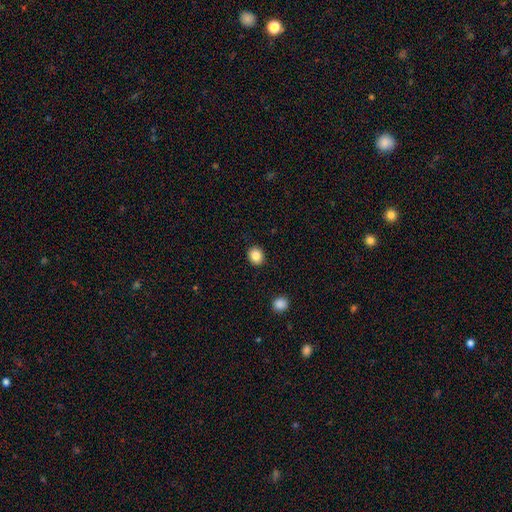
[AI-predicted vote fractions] Smooth or featured: smooth — 85% (star or artifact — 9%)
How rounded: round — 70% (in between — 30%)
Merging: none — 91% (minor disturbance — 6%)